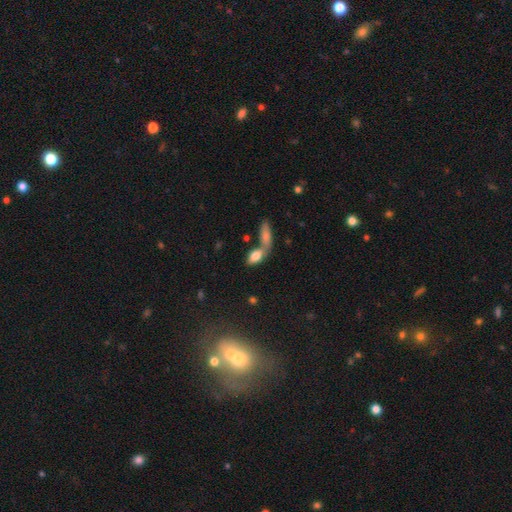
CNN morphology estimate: smooth 78%, featured or disk 14%, star or artifact 8%. Down the decision tree: how rounded — in between (84%); merging — merger (50%).